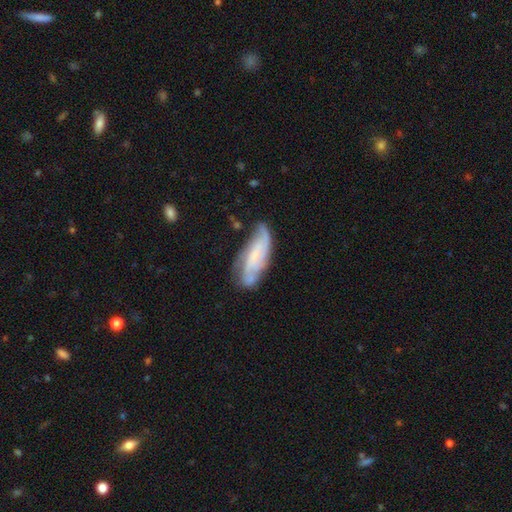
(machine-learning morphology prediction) A featured or disk galaxy (69%) with no bar (54%), 2 (35%) medium (41%) spiral arms (91%) and a small central bulge (48%). Merging: none (63%).